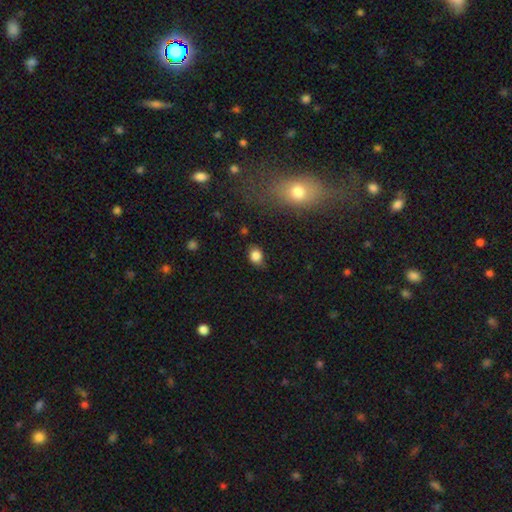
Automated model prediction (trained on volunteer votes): Q: Smooth or featured?
A: smooth (84%); runner-up: star or artifact (10%)
Q: How rounded?
A: in between (56%); runner-up: round (42%)
Q: Merging?
A: none (77%); runner-up: minor disturbance (18%)